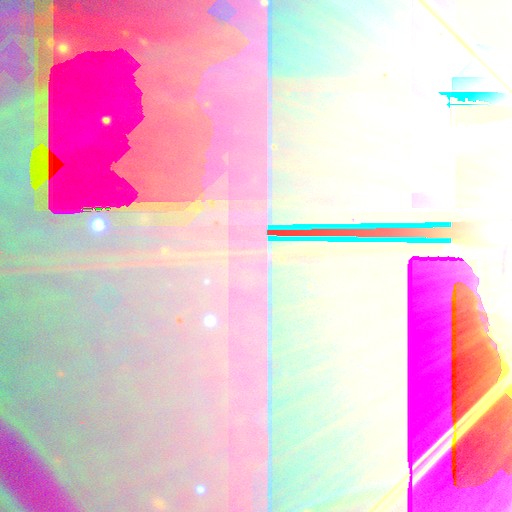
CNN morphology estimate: A star or artifact, not a galaxy (87%).